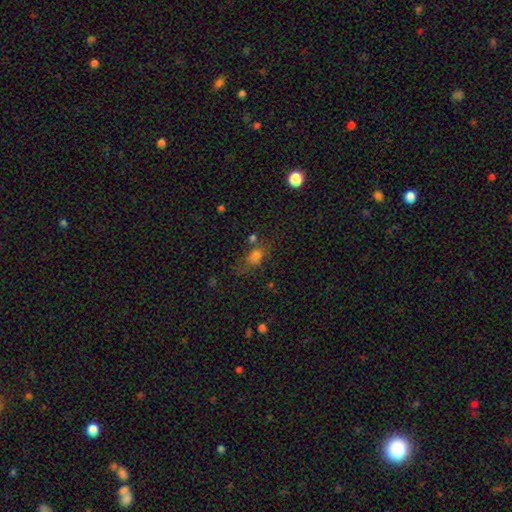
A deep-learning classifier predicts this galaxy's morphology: Smooth or featured?
  - smooth: 72% *
  - star or artifact: 16%
  - featured or disk: 11%
How rounded?
  - in between: 61% *
  - round: 35%
  - cigar-shaped: 4%
Merging?
  - none: 51% *
  - minor disturbance: 21%
  - merger: 15%
  - major disturbance: 12%